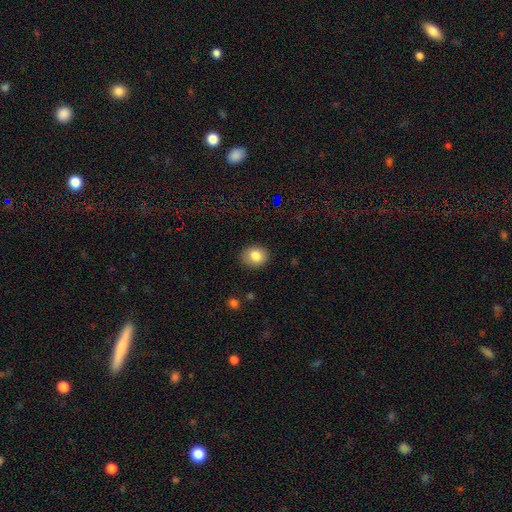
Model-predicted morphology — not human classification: A smooth galaxy with no disk features (83%) that is round (59%).

Vote fractions:
- Smooth or featured? smooth: 83% / star or artifact: 10% / featured or disk: 7%
- How rounded? round: 59% / in between: 40% / cigar-shaped: 1%
- Merging? none: 86% / minor disturbance: 10% / major disturbance: 3% / merger: 1%